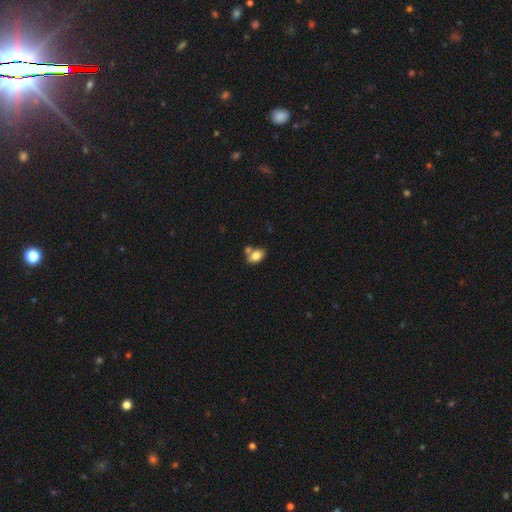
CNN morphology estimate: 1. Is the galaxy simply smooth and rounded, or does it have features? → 81% smooth, 11% featured or disk, 8% star or artifact.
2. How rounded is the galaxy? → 87% in between, 12% round, 2% cigar-shaped.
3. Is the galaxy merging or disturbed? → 59% none, 23% merger, 14% minor disturbance, 4% major disturbance.